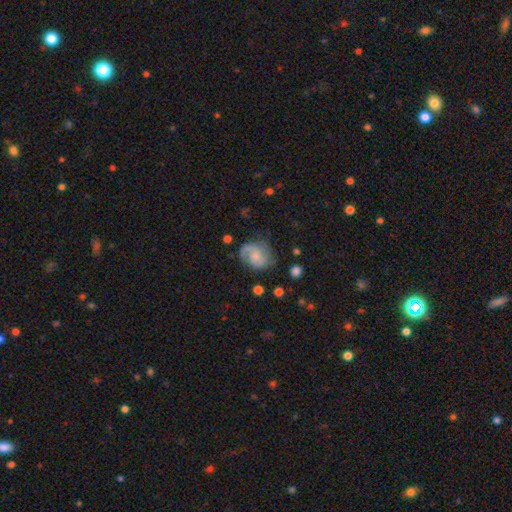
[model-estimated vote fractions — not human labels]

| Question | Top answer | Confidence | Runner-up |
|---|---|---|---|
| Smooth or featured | featured or disk | 60% | smooth (32%) |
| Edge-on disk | no | 98% | yes (2%) |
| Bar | no | 67% | weak (29%) |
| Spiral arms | yes | 90% | no (10%) |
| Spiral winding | medium | 45% | tight (29%) |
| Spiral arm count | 2 | 65% | 1 (16%) |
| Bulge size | small | 44% | moderate (25%) |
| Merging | none | 63% | minor disturbance (22%) |